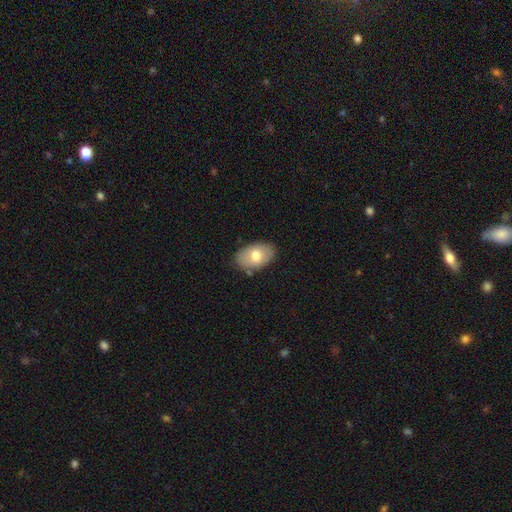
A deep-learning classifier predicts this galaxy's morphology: type=smooth (69%); roundness=in between (91%); merging=none (80%).